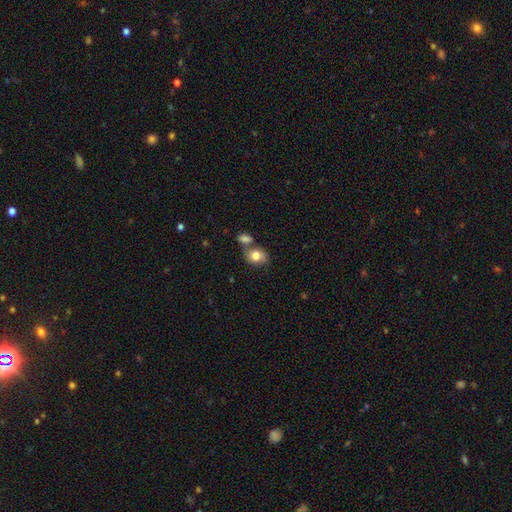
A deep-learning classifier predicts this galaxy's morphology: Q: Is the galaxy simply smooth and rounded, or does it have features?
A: smooth — 76%.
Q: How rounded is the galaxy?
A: in between — 57%.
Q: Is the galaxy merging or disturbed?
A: none — 45%.